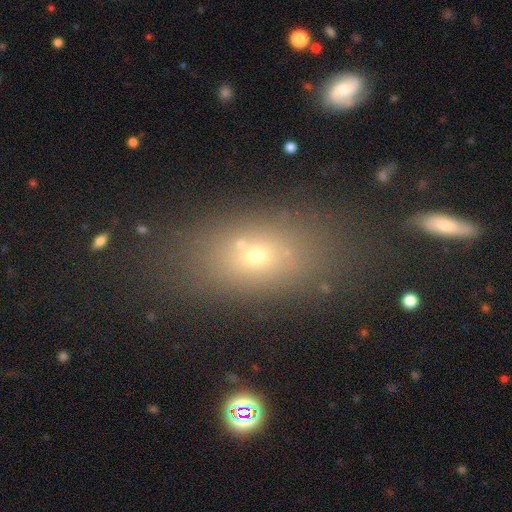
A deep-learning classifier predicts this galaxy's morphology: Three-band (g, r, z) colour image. It shows a smooth galaxy with no disk features (61%) that is in between round and cigar-shaped (80%). Merging: none (70%).